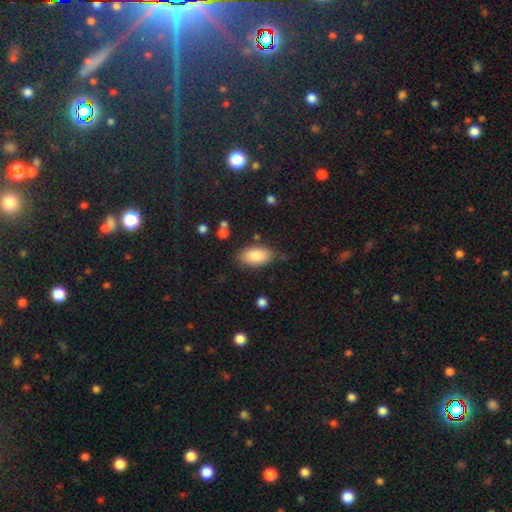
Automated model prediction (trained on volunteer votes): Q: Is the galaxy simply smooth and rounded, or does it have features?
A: smooth — 86%.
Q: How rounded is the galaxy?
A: in between — 94%.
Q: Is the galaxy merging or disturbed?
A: none — 77%.